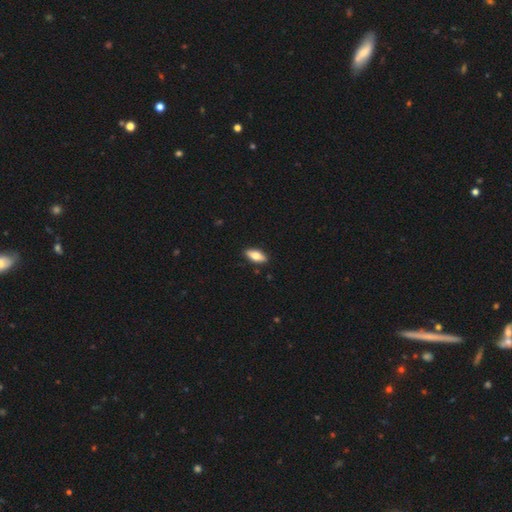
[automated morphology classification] Smooth or featured?
  - smooth: 69% *
  - featured or disk: 25%
  - star or artifact: 6%
How rounded?
  - in between: 76% *
  - cigar-shaped: 21%
  - round: 3%
Merging?
  - none: 89% *
  - minor disturbance: 8%
  - major disturbance: 2%
  - merger: 1%